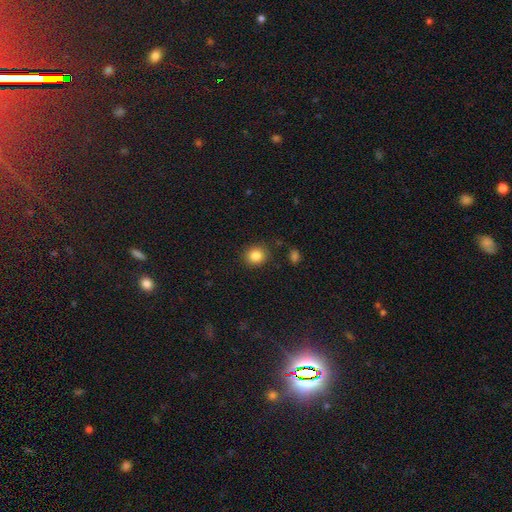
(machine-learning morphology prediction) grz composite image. It shows a smooth galaxy with no disk features (84%) that is round (83%). Merging: none (88%).